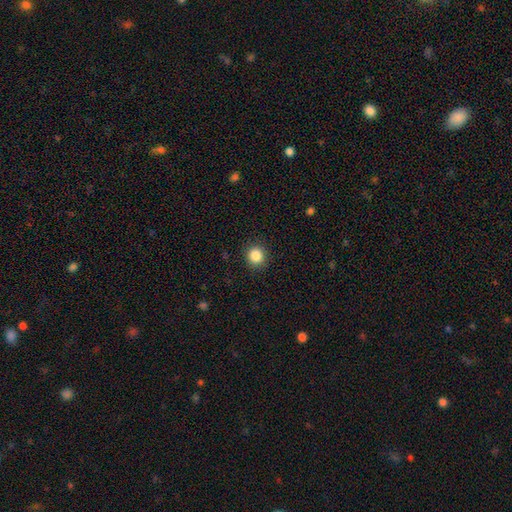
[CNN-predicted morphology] The model was most divided on "smooth or featured": smooth: 86%, star or artifact: 10%, featured or disk: 3%. More confident: merging — none (91%); how rounded — round (90%).